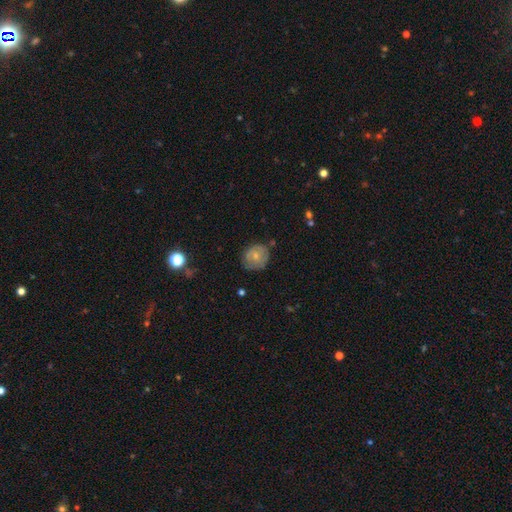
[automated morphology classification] type=smooth (53%); roundness=round (79%); merging=none (68%).